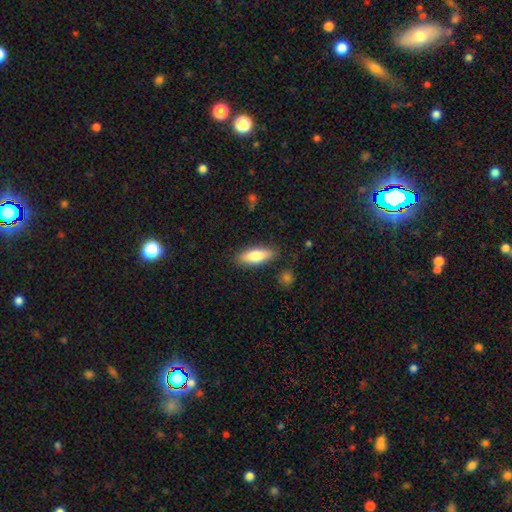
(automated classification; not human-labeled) Smooth or featured? smooth (79%)
How rounded? in between (66%)
Merging? none (85%)